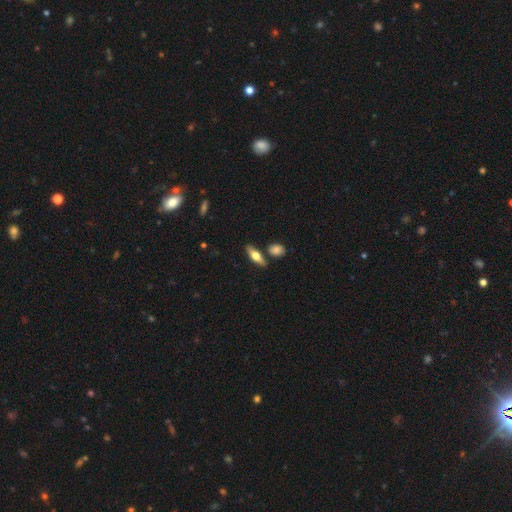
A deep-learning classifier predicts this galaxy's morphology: This appears to be a featured or disk galaxy (48%). Merging: none (80%).